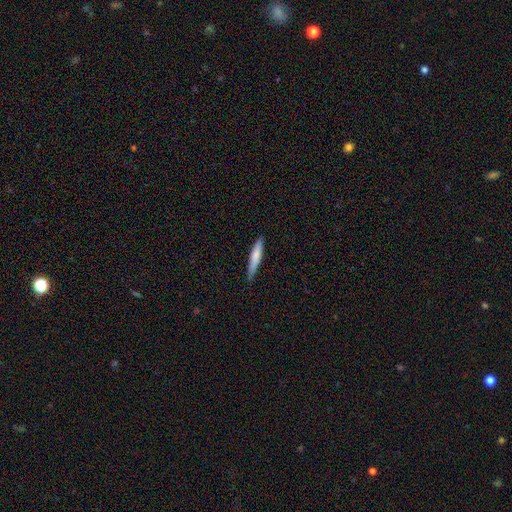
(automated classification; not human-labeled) Q: Smooth or featured?
A: smooth (71%); runner-up: featured or disk (24%)
Q: How rounded?
A: cigar-shaped (91%); runner-up: in between (8%)
Q: Merging?
A: none (82%); runner-up: minor disturbance (15%)